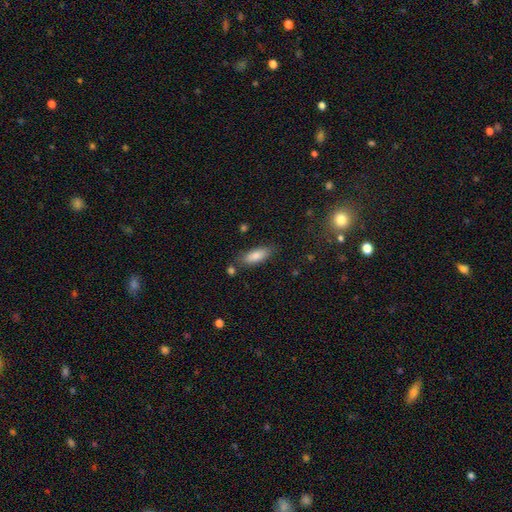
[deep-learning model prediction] Smooth or featured? smooth (83%)
How rounded? in between (71%)
Merging? none (76%)